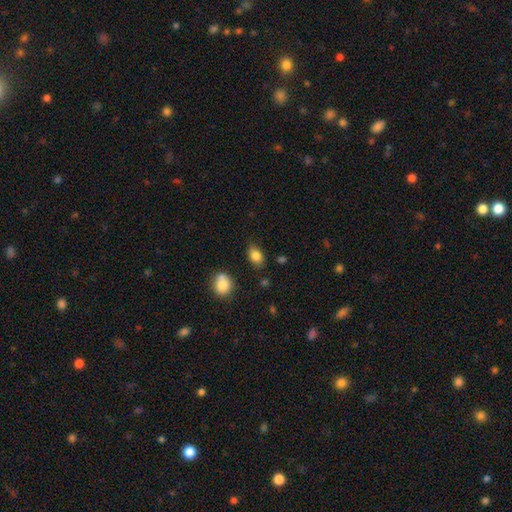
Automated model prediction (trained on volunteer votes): Smooth or featured? smooth (84%)
How rounded? in between (81%)
Merging? none (80%)